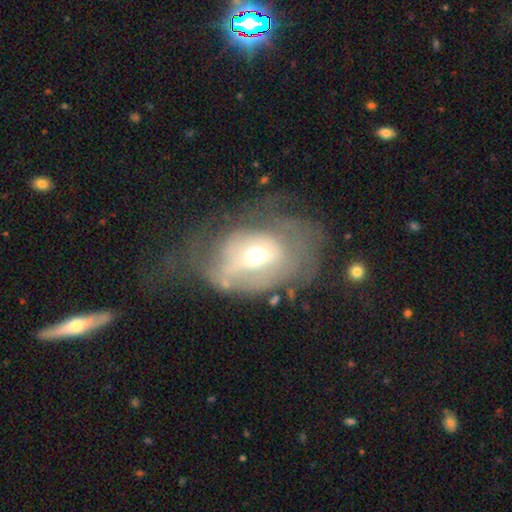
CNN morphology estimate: Smooth or featured? featured or disk (63%)
Edge-on disk? no (94%)
Bar? no (59%)
Spiral arms? yes (51%)
Bulge size? moderate (58%)
Merging? major disturbance (39%)